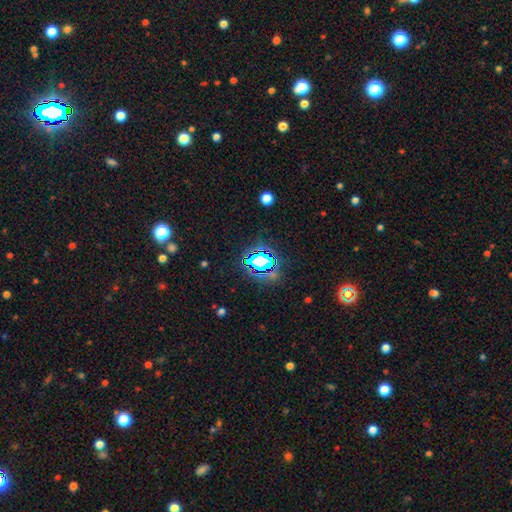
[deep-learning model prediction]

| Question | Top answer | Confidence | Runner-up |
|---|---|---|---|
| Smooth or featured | star or artifact | 71% | smooth (19%) |